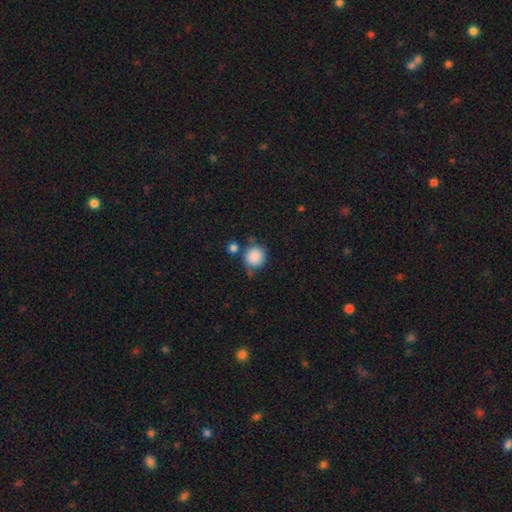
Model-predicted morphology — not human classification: This appears to be a smooth galaxy with no disk features (87%) that is round (89%). Merging: none (65%).